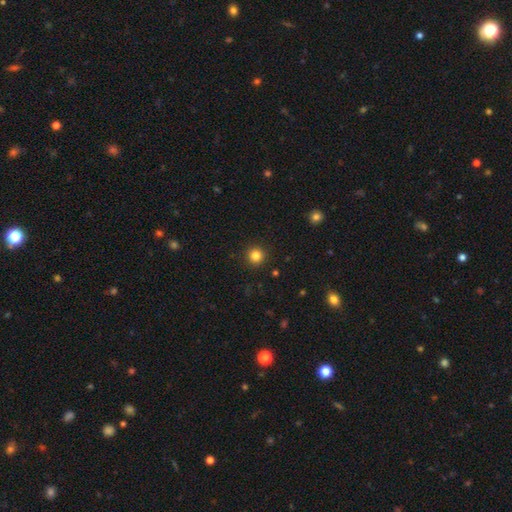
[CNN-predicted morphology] type=smooth (83%); roundness=round (95%); merging=none (92%).